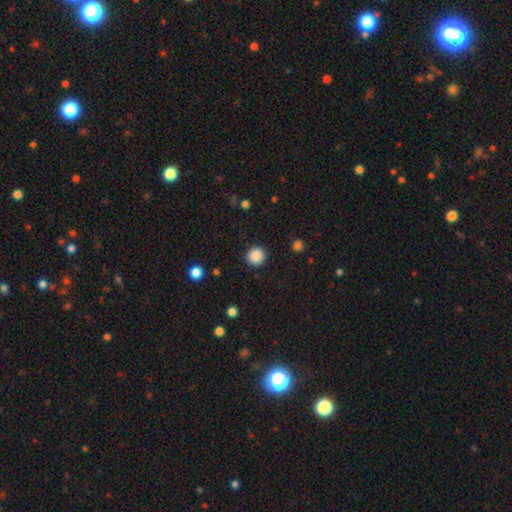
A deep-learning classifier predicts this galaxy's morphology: smooth 88%, star or artifact 9%, featured or disk 3%. Down the decision tree: how rounded — round (95%); merging — none (91%).